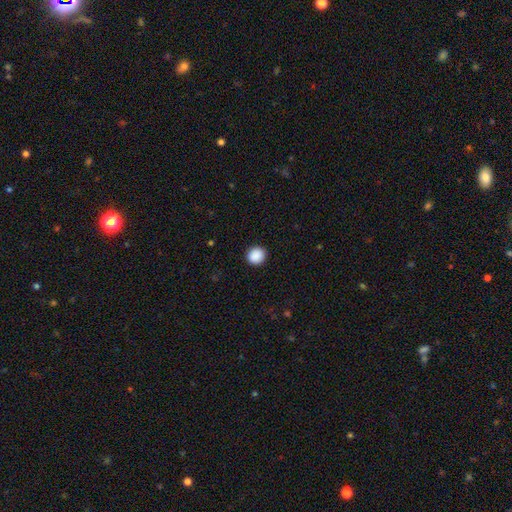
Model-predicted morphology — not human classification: Overall: smooth (89%). How rounded: round (91%). Merging: none (92%).